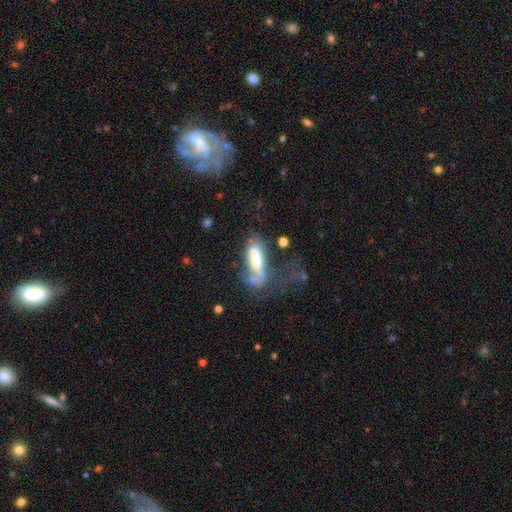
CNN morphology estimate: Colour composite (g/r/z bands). It shows a featured or disk galaxy (45%, tied with smooth). Merging: major disturbance (41%).